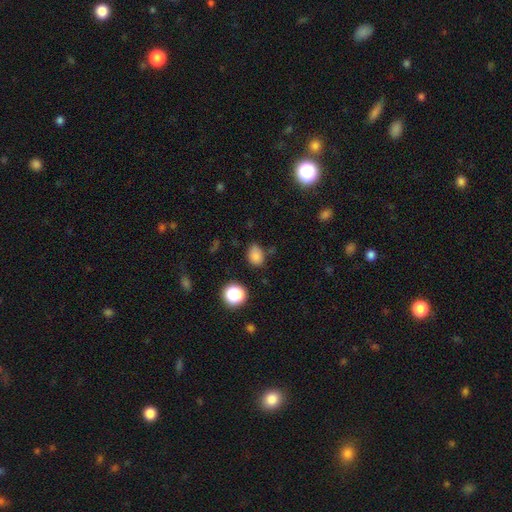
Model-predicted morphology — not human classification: Smooth or featured? Predicted: smooth (p=0.81). How rounded? Predicted: in between (p=0.69). Merging? Predicted: none (p=0.71).